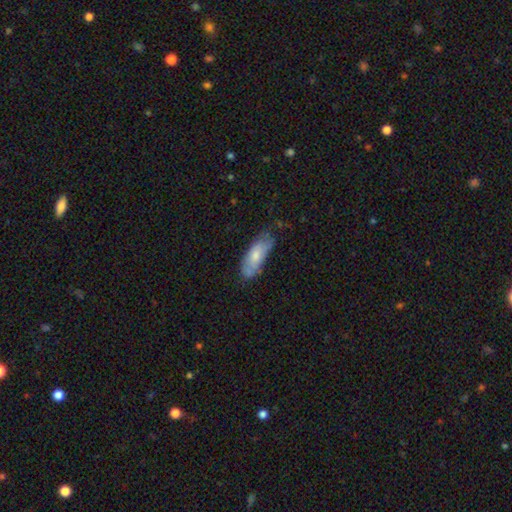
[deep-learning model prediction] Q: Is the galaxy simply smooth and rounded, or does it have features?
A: smooth — 67%.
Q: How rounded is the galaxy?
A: in between — 75%.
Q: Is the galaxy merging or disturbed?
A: none — 56%.